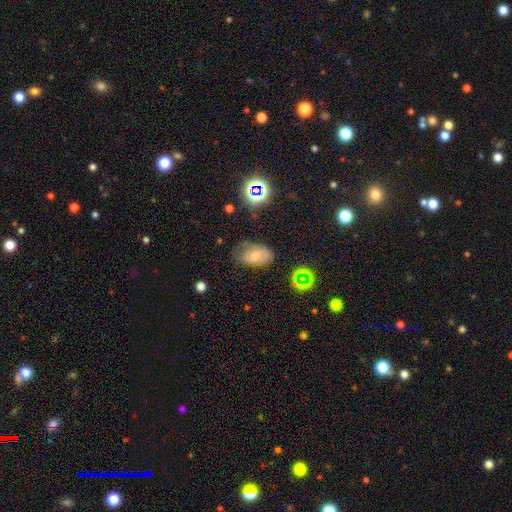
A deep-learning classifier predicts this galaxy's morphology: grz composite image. It shows a smooth galaxy with no disk features (59%) that is in between round and cigar-shaped (90%). Merging: none (64%).